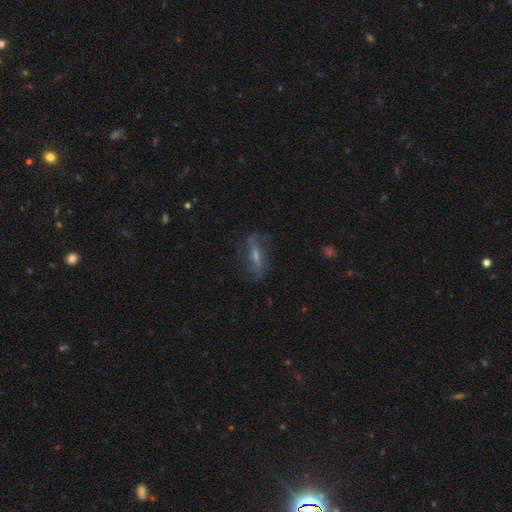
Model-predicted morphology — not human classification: type=featured or disk (63%); edge-on=no (79%); merging=none (64%).